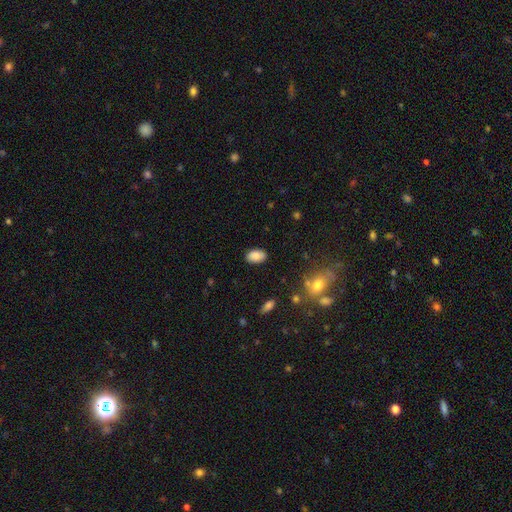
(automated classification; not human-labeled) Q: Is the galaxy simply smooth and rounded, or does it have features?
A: smooth — 86%.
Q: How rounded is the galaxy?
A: in between — 91%.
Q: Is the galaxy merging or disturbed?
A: none — 86%.